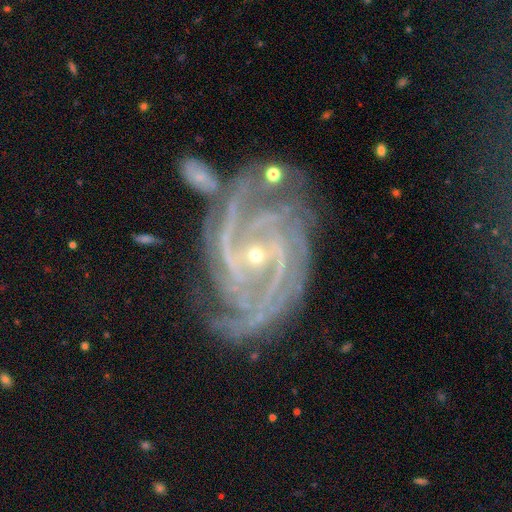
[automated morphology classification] Smooth or featured?
  - featured or disk: 93% *
  - star or artifact: 5%
  - smooth: 3%
Edge-on disk?
  - no: 98% *
  - yes: 2%
Bar?
  - no: 44% *
  - weak: 31%
  - strong: 25%
Spiral arms?
  - yes: 98% *
  - no: 2%
Spiral winding?
  - tight: 56% *
  - medium: 37%
  - loose: 7%
Spiral arm count?
  - 3: 28% *
  - 2: 24%
  - 4: 19%
  - can't tell: 11%
  - more than 4: 10%
  - 1: 8%
Bulge size?
  - small: 86% *
  - moderate: 11%
  - none: 1%
  - large: 1%
  - dominant: 1%
Merging?
  - none: 56% *
  - minor disturbance: 23%
  - major disturbance: 12%
  - merger: 9%